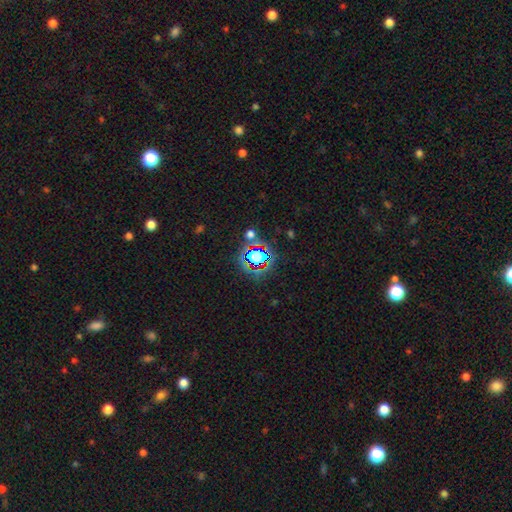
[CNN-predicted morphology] A star or artifact, not a galaxy (59%).